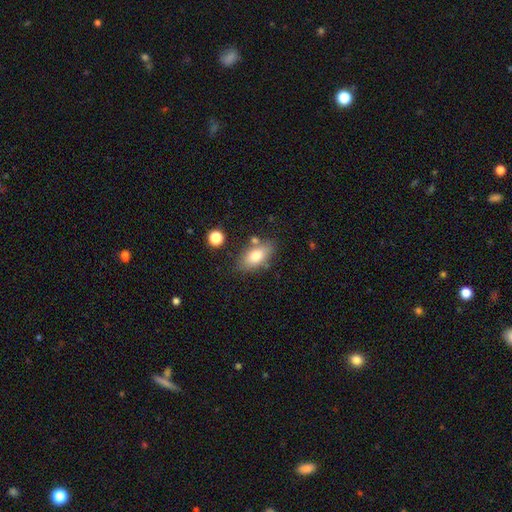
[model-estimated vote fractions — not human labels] A smooth galaxy with no disk features (76%) that is in between round and cigar-shaped (88%).

Vote fractions:
- Smooth or featured? smooth: 76% / featured or disk: 16% / star or artifact: 8%
- How rounded? in between: 88% / cigar-shaped: 6% / round: 6%
- Merging? none: 71% / minor disturbance: 16% / merger: 8% / major disturbance: 4%